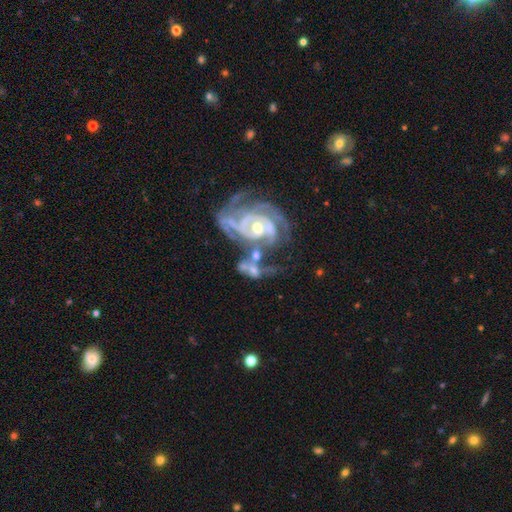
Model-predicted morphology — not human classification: smooth-or-featured: featured or disk: 84% | smooth: 9% | star or artifact: 7%
  disk-edge-on: no: 97% | yes: 3%
    bar: no: 65% | weak: 25% | strong: 10%
    has-spiral-arms: yes: 88% | no: 12%
      spiral-winding: tight: 52% | medium: 35% | loose: 13%
      spiral-arm-count: 2: 36% | can't tell: 26% | 3: 18% | 1: 7% | 4: 7% | more than 4: 6%
    bulge-size: moderate: 65% | small: 26% | large: 5% | none: 3% | dominant: 1%
  merging: merger: 49% | major disturbance: 21% | none: 18% | minor disturbance: 12%